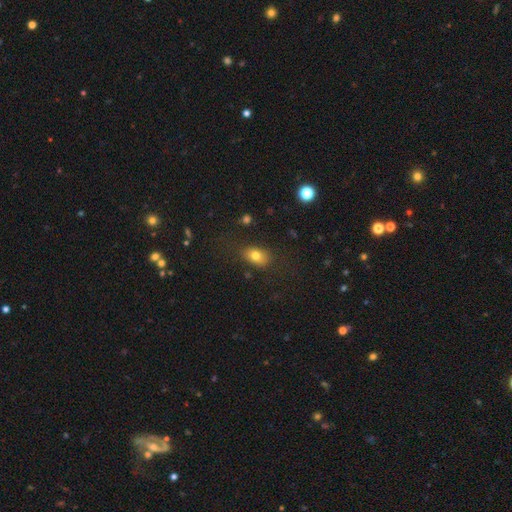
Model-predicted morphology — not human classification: Overall: smooth (77%). How rounded: in between (77%). Merging: none (77%).